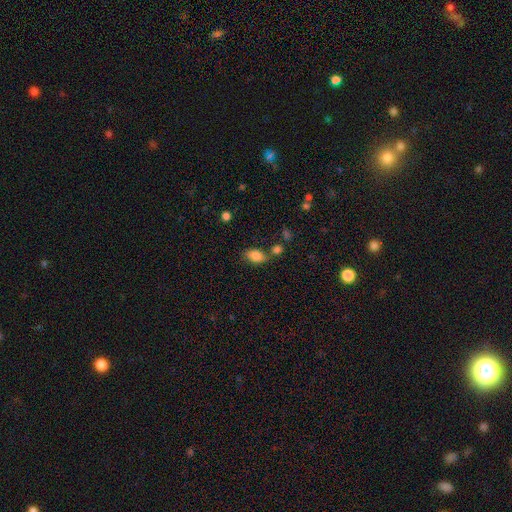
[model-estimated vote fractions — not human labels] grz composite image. It shows a smooth galaxy with no disk features (84%) that is in between round and cigar-shaped (85%). Merging: none (65%).